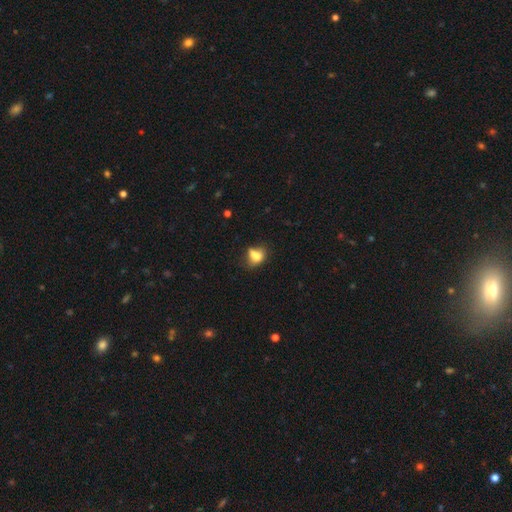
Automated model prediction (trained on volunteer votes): Smooth or featured? Predicted: smooth (p=0.71). How rounded? Predicted: in between (p=0.66). Merging? Predicted: none (p=0.35).